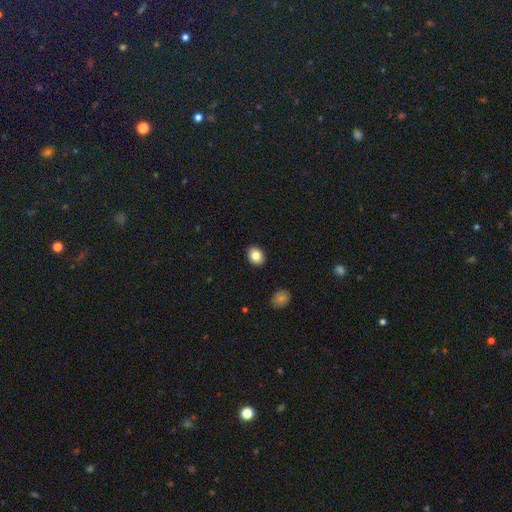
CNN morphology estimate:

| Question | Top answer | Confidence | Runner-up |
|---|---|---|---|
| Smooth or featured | smooth | 84% | star or artifact (9%) |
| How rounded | in between | 50% | round (49%) |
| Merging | none | 90% | minor disturbance (7%) |